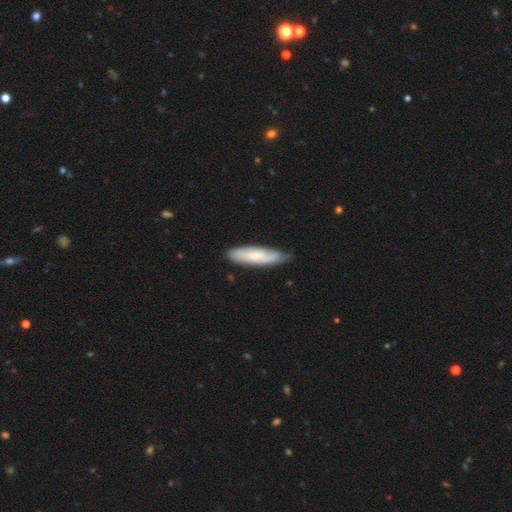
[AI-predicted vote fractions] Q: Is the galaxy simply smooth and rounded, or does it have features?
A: smooth — 66%.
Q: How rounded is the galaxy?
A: cigar-shaped — 69%.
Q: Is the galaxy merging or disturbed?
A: none — 73%.